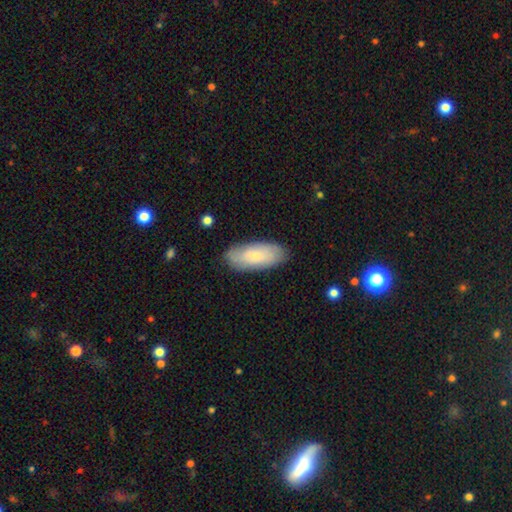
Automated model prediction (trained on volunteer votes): smooth-or-featured: smooth: 70% | featured or disk: 25% | star or artifact: 6%
  how-rounded: in between: 84% | cigar-shaped: 14% | round: 2%
  merging: none: 83% | minor disturbance: 13% | major disturbance: 3% | merger: 1%